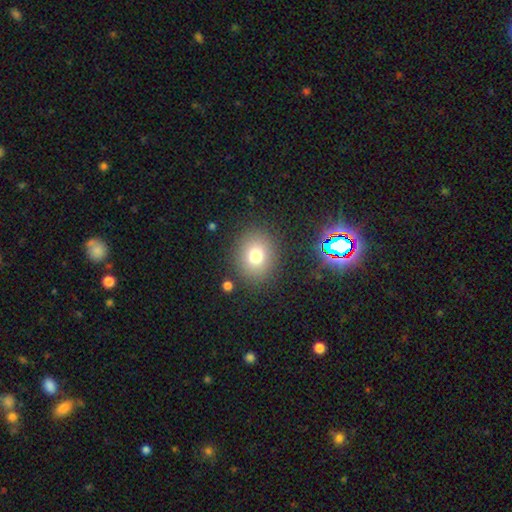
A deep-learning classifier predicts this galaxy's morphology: Overall: smooth (76%). How rounded: round (71%). Merging: none (86%).